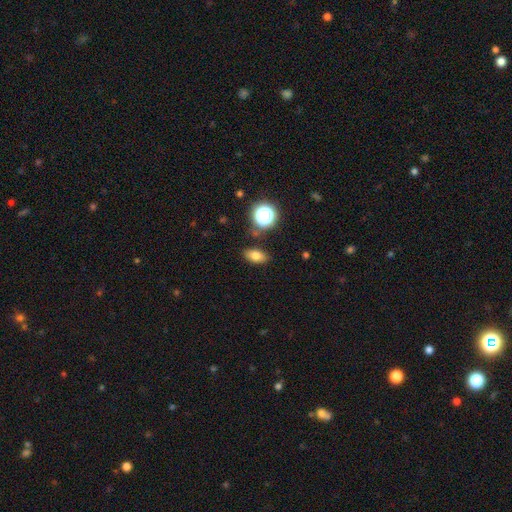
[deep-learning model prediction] Smooth or featured? smooth (74%)
How rounded? in between (82%)
Merging? none (83%)